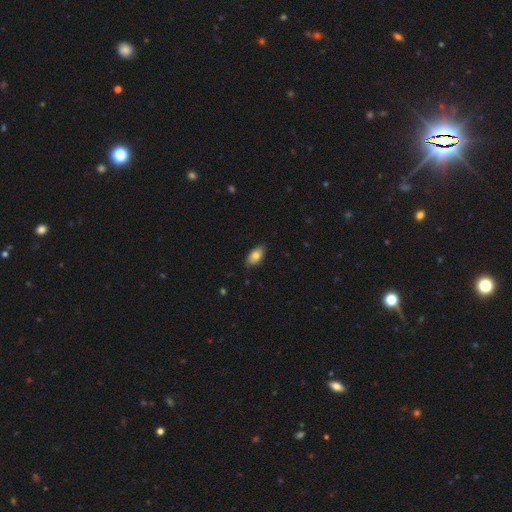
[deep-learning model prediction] A smooth galaxy with no disk features (77%) that is in between round and cigar-shaped (92%). Merging: none (83%).